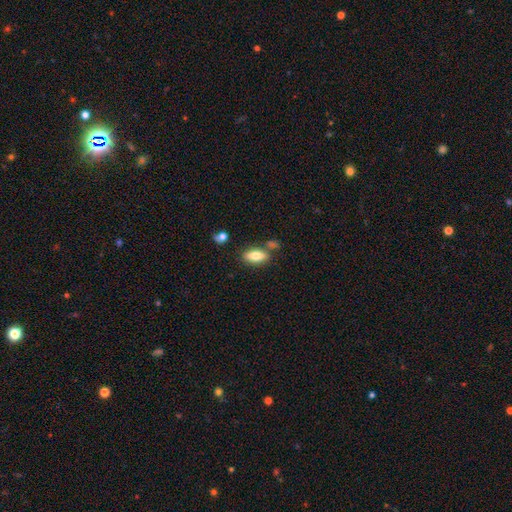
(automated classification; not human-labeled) Smooth or featured? Predicted: smooth (p=0.78). How rounded? Predicted: in between (p=0.81). Merging? Predicted: none (p=0.71).